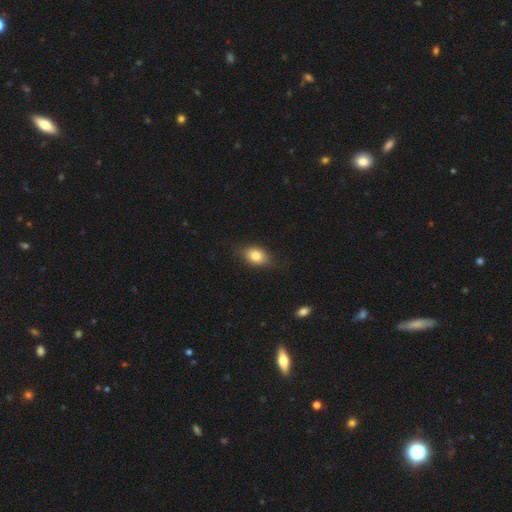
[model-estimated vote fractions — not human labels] This appears to be a smooth galaxy with no disk features (81%) that is in between round and cigar-shaped (75%). Merging: none (78%).